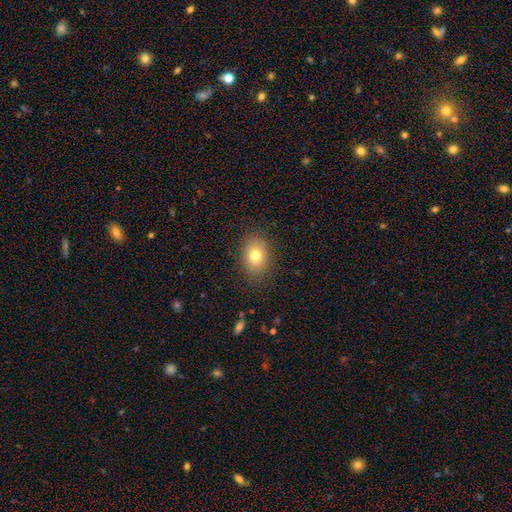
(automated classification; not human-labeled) Smooth or featured?
  - smooth: 76% *
  - featured or disk: 13%
  - star or artifact: 11%
How rounded?
  - in between: 69% *
  - round: 30%
  - cigar-shaped: 1%
Merging?
  - none: 84% *
  - minor disturbance: 12%
  - major disturbance: 4%
  - merger: 1%